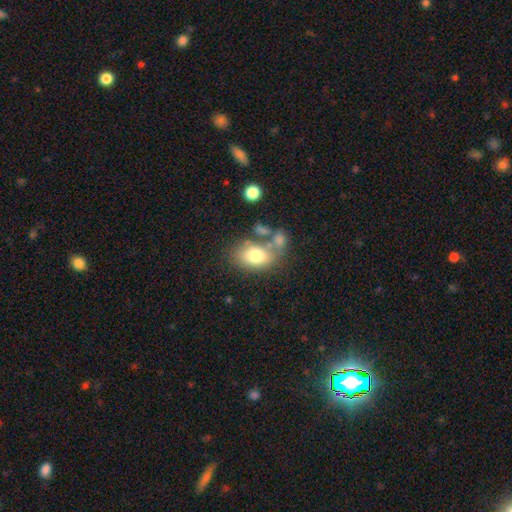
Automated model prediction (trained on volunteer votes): A smooth galaxy with no disk features (74%) that is in between round and cigar-shaped (82%).

Vote fractions:
- Smooth or featured? smooth: 74% / featured or disk: 17% / star or artifact: 9%
- How rounded? in between: 82% / round: 16% / cigar-shaped: 1%
- Merging? none: 47% / merger: 25% / minor disturbance: 17% / major disturbance: 11%